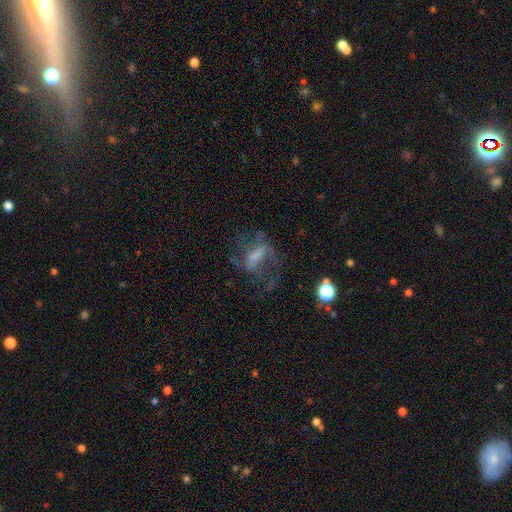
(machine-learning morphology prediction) Smooth or featured? Predicted: featured or disk (p=0.63). Edge-on disk? Predicted: no (p=0.91). Bar? Predicted: weak (p=0.39). Spiral arms? Predicted: yes (p=0.62). Bulge size? Predicted: small (p=0.34). Merging? Predicted: none (p=0.45).